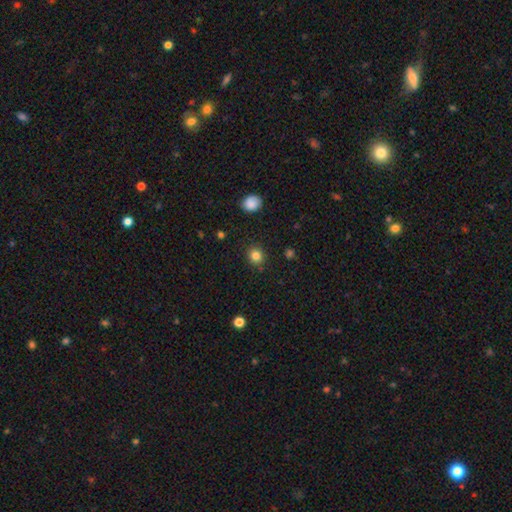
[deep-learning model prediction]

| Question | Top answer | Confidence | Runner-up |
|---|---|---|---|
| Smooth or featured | smooth | 83% | star or artifact (12%) |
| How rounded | round | 86% | in between (13%) |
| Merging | none | 89% | minor disturbance (7%) |